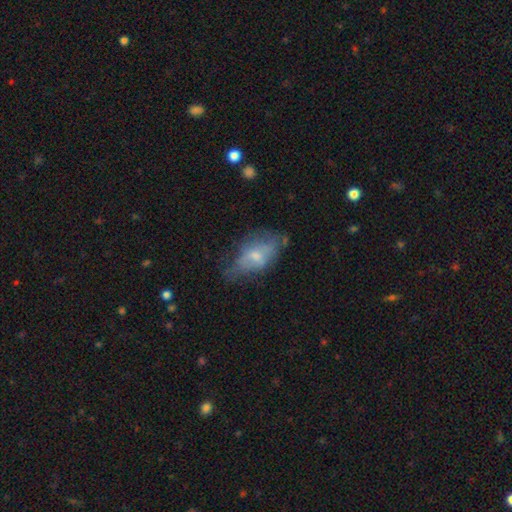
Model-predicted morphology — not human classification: The model was most divided on "merging": none: 41%, minor disturbance: 34%, major disturbance: 22%, merger: 3%. More confident: how rounded — in between (88%); smooth or featured — smooth (52%).